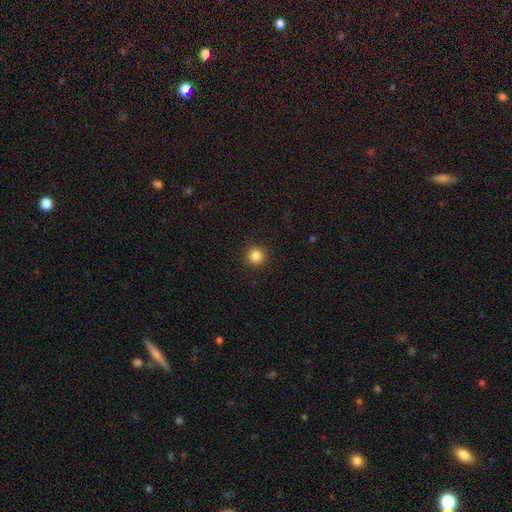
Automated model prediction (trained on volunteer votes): The model was most divided on "smooth or featured": smooth: 84%, star or artifact: 11%, featured or disk: 4%. More confident: how rounded — round (95%); merging — none (93%).